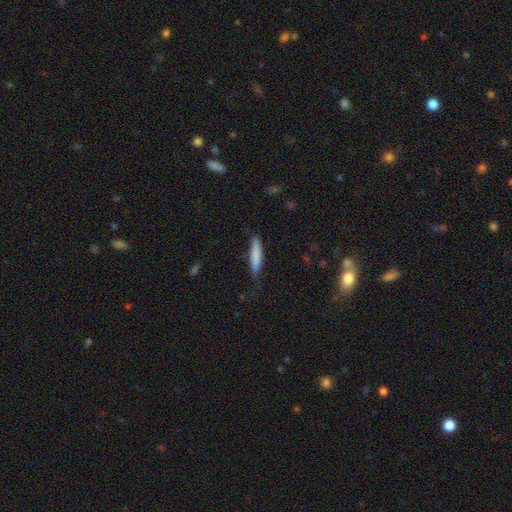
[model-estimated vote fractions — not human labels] smooth 80%, featured or disk 14%, star or artifact 6%. Down the decision tree: how rounded — cigar-shaped (90%); merging — none (77%).